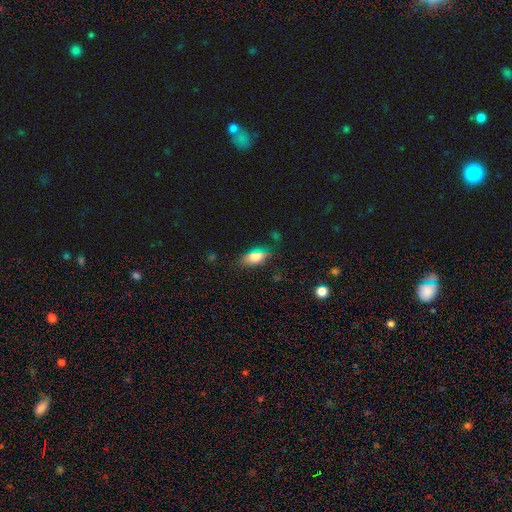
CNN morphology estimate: The model was most divided on "merging": none: 73%, minor disturbance: 19%, major disturbance: 6%, merger: 2%. More confident: how rounded — in between (82%); smooth or featured — smooth (72%).